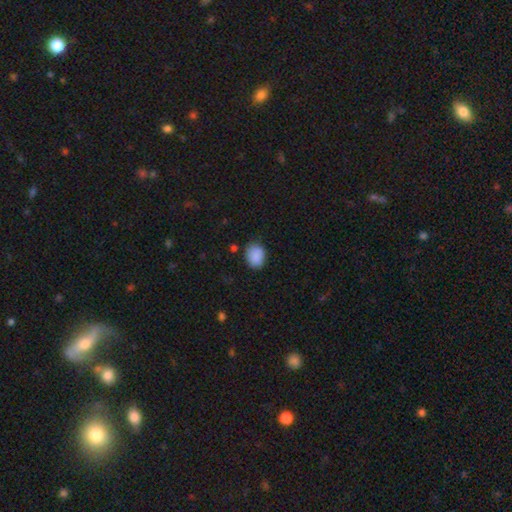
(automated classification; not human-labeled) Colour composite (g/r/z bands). It shows a smooth galaxy with no disk features (88%) that is in between round and cigar-shaped (50%). Merging: none (78%).